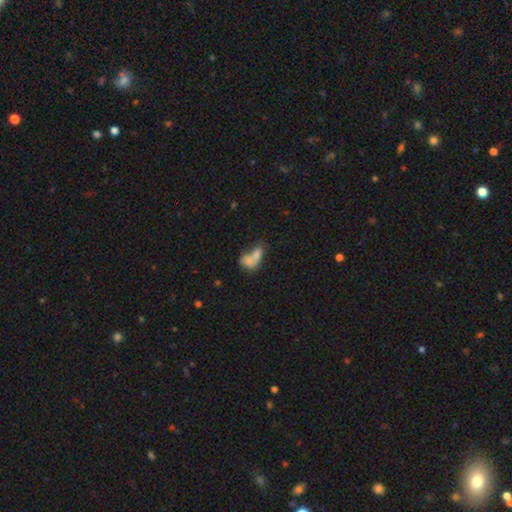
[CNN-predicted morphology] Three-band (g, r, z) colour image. It shows a smooth galaxy with no disk features (67%) that is in between round and cigar-shaped (71%). Merging: merger (65%).